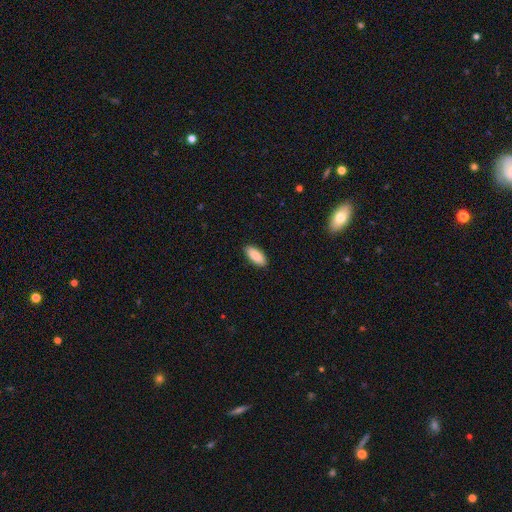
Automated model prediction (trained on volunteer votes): This appears to be a smooth galaxy with no disk features (88%) that is in between round and cigar-shaped (82%). Merging: none (90%).